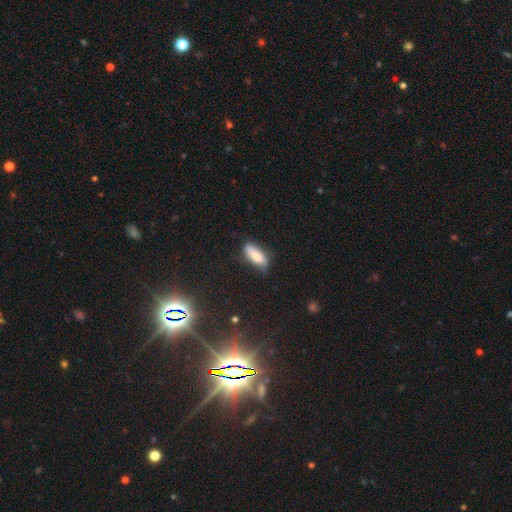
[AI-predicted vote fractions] smooth 78%, featured or disk 15%, star or artifact 7%. Down the decision tree: how rounded — in between (67%); merging — none (67%).